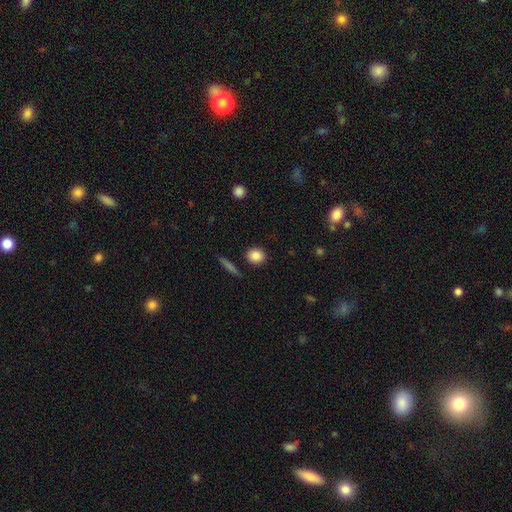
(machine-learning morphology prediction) smooth 85%, star or artifact 9%, featured or disk 6%. Down the decision tree: how rounded — round (78%); merging — none (88%).